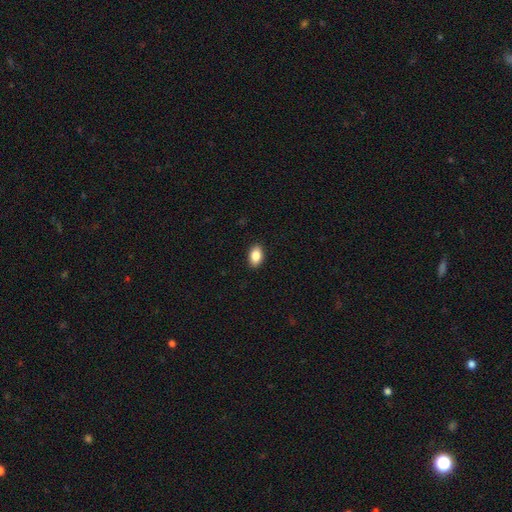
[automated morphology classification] smooth_or_featured: smooth (p=0.86) [alt: star or artifact p=0.08]
how_rounded: in between (p=0.89) [alt: round p=0.09]
merging: none (p=0.90) [alt: minor disturbance p=0.07]